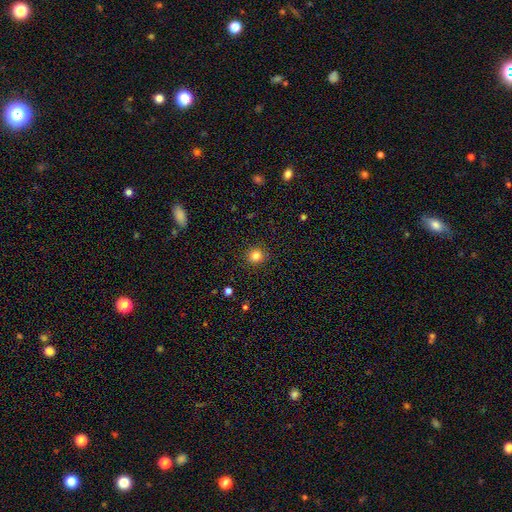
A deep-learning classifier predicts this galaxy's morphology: A smooth galaxy with no disk features (82%) that is round (90%). Merging: none (91%).